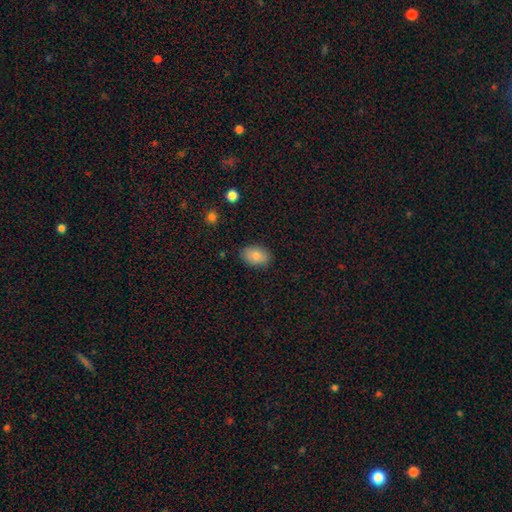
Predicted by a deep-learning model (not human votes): smooth 84%, featured or disk 8%, star or artifact 8%. Down the decision tree: how rounded — in between (86%); merging — none (85%).